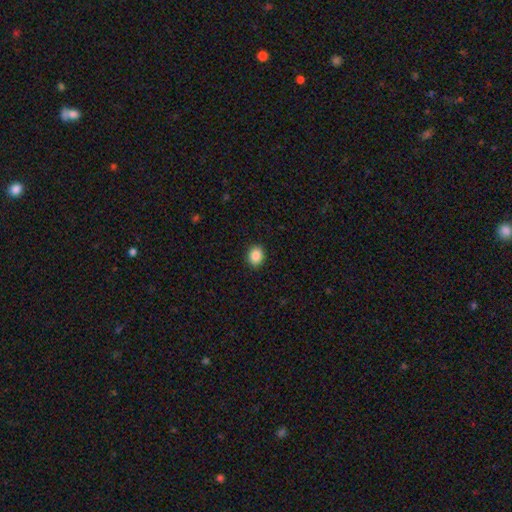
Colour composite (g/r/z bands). It shows a smooth galaxy with no disk features (100%) that is in between round and cigar-shaped (51%). Merging: none (90%).